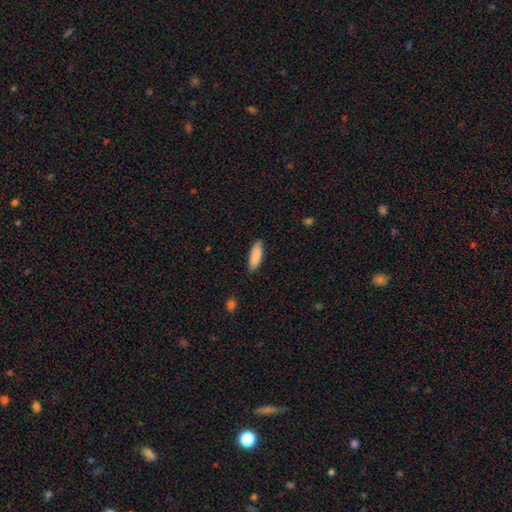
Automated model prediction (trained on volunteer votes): Morphology: type=smooth (87%); roundness=in between (57%); merging=none (83%).